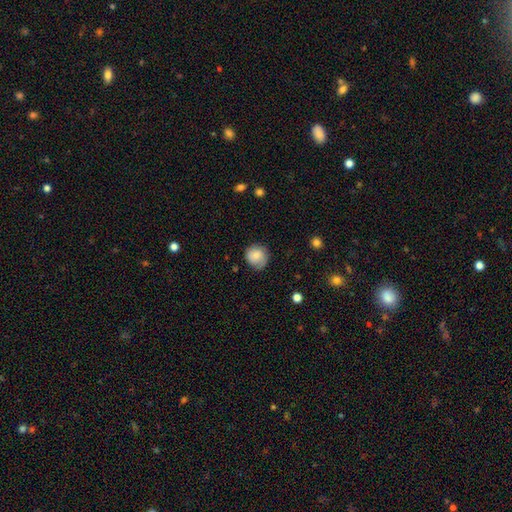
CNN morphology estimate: This is clearly a smooth galaxy (80%). How rounded: clearly round (88%). Merging: likely none (72%).